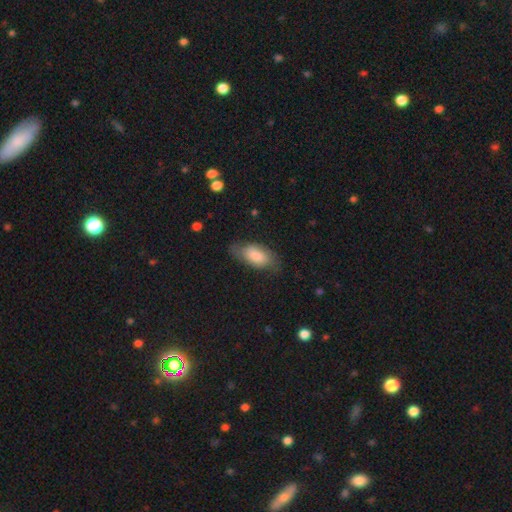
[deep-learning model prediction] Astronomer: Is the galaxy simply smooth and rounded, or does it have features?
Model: smooth — 70%.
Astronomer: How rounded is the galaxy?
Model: in between — 89%.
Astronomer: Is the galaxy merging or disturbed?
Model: none — 67%.